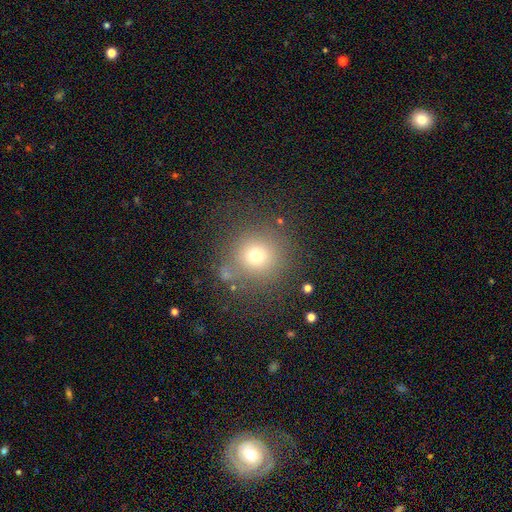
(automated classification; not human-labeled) Smooth or featured? smooth (68%)
How rounded? round (93%)
Merging? none (77%)